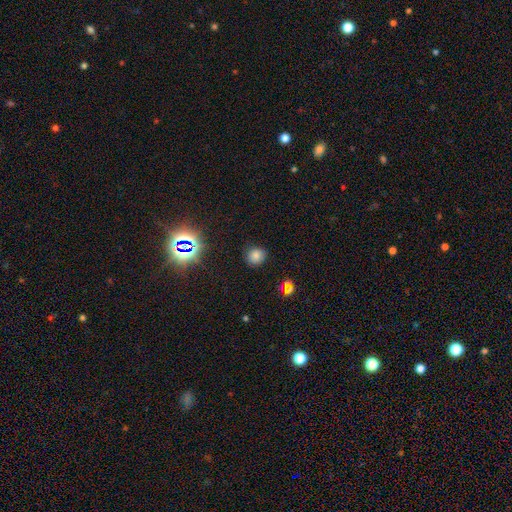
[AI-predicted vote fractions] This appears to be a smooth galaxy with no disk features (74%) that is round (84%). Merging: none (86%).